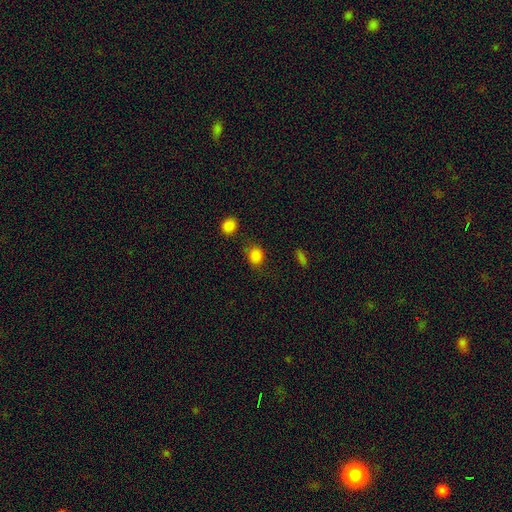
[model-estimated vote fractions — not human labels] Smooth or featured: smooth — 85% (star or artifact — 11%)
How rounded: round — 63% (in between — 36%)
Merging: none — 74% (minor disturbance — 15%)